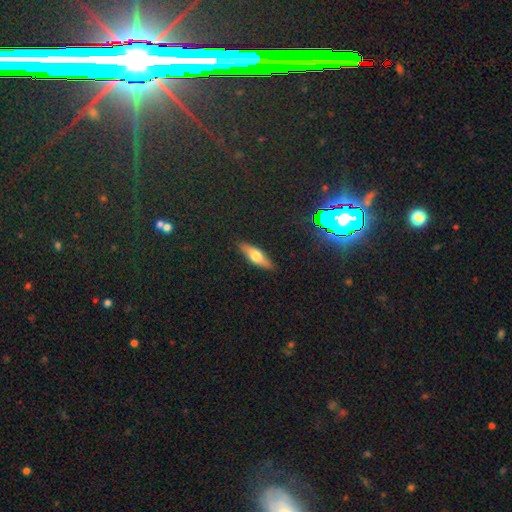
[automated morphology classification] Smooth or featured?
  - smooth: 54% *
  - featured or disk: 38%
  - star or artifact: 8%
How rounded?
  - cigar-shaped: 52% *
  - in between: 45%
  - round: 3%
Merging?
  - none: 89% *
  - minor disturbance: 8%
  - major disturbance: 2%
  - merger: 1%